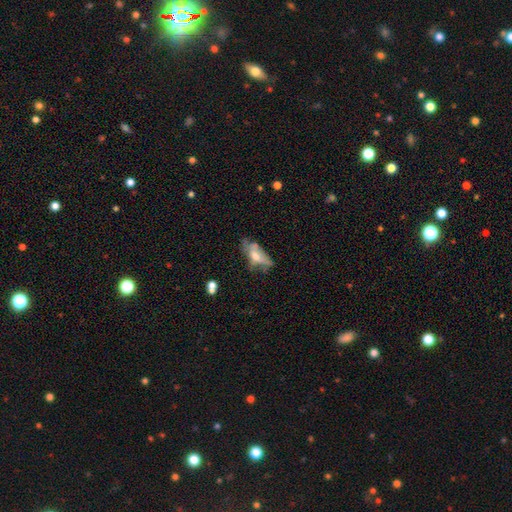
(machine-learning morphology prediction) Q: Smooth or featured?
A: featured or disk (45%); tied with: smooth (45%)
Q: Merging?
A: none (35%); runner-up: major disturbance (28%)